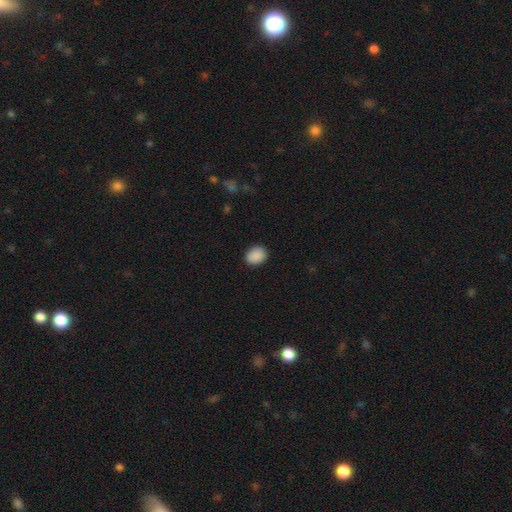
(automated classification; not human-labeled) Smooth or featured? Predicted: smooth (p=0.90). How rounded? Predicted: in between (p=0.53). Merging? Predicted: none (p=0.88).